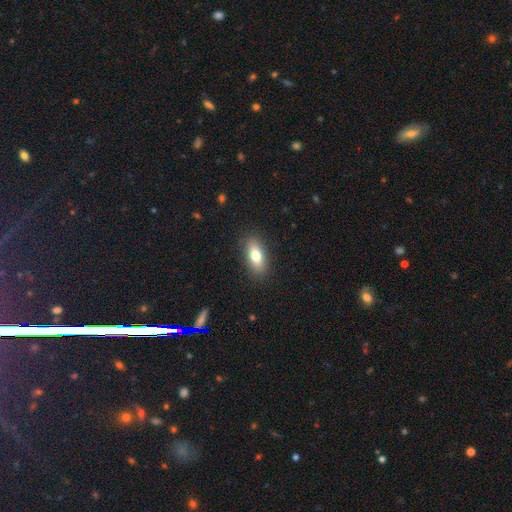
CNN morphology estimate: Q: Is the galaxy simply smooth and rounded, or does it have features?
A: smooth — 77%.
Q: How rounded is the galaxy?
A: in between — 82%.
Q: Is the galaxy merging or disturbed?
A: none — 88%.